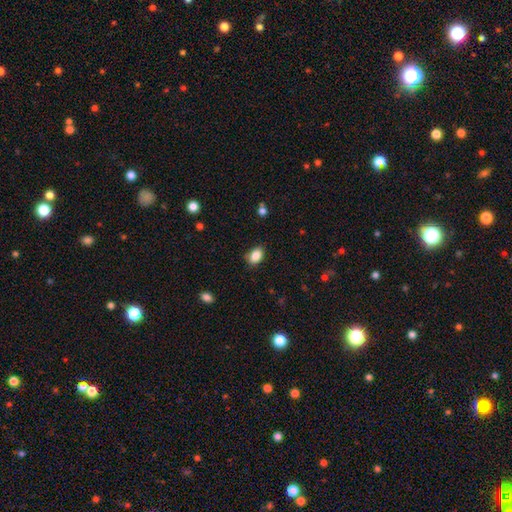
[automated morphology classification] Smooth or featured? smooth (88%)
How rounded? in between (88%)
Merging? none (84%)